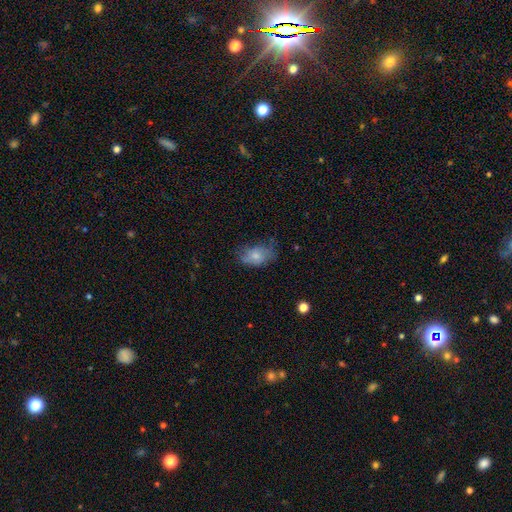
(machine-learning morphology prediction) smooth 72%, featured or disk 20%, star or artifact 8%. Down the decision tree: how rounded — in between (86%); merging — none (50%).